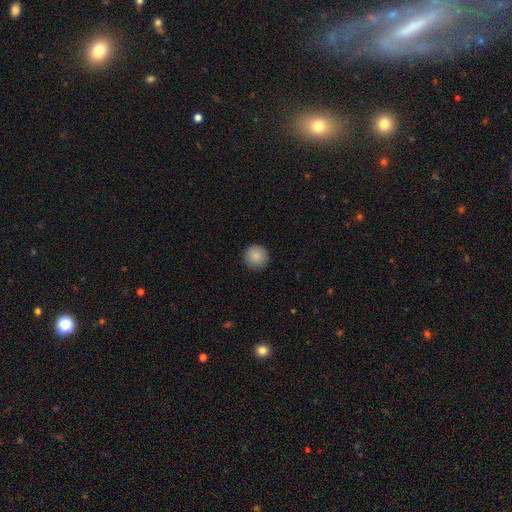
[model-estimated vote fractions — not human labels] Smooth or featured? smooth (87%)
How rounded? round (95%)
Merging? none (92%)